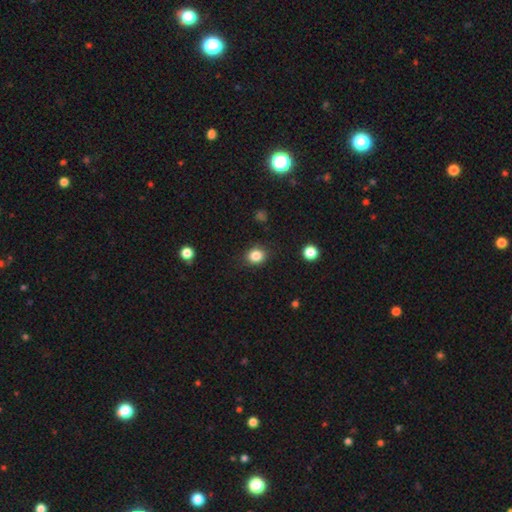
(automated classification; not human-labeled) Smooth or featured? smooth (84%)
How rounded? round (72%)
Merging? none (86%)